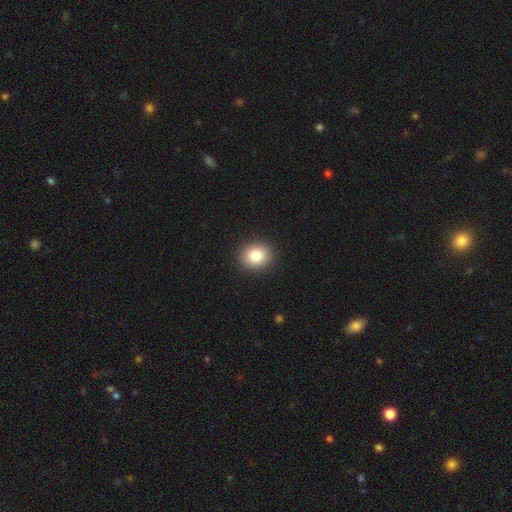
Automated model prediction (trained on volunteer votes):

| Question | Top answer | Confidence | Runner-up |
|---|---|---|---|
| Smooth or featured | smooth | 83% | star or artifact (9%) |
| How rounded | round | 71% | in between (28%) |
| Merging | none | 91% | minor disturbance (6%) |